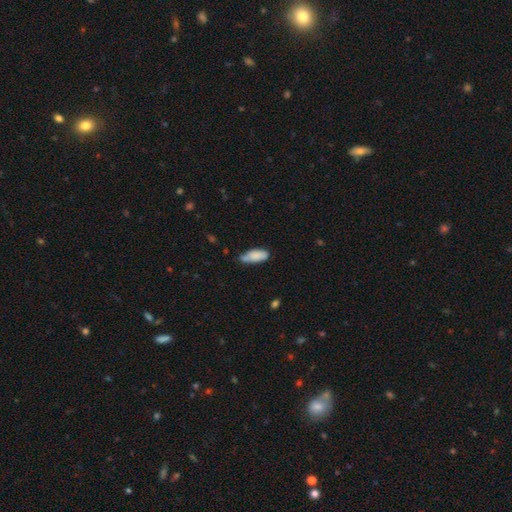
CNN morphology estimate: This is clearly a smooth galaxy (81%). How rounded: likely in between (78%). Merging: possibly none (54%).